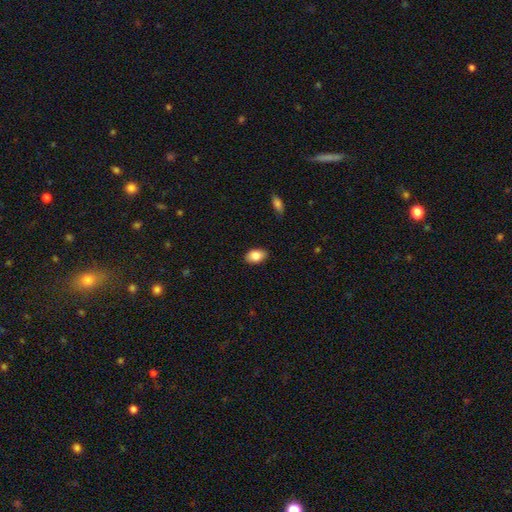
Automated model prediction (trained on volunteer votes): Overall: smooth (84%). How rounded: in between (90%). Merging: none (88%).